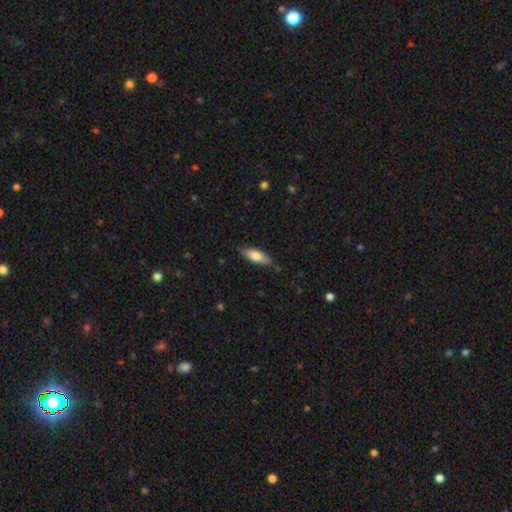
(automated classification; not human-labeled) This appears to be a smooth galaxy with no disk features (74%) that is in between round and cigar-shaped (67%). Merging: none (83%).